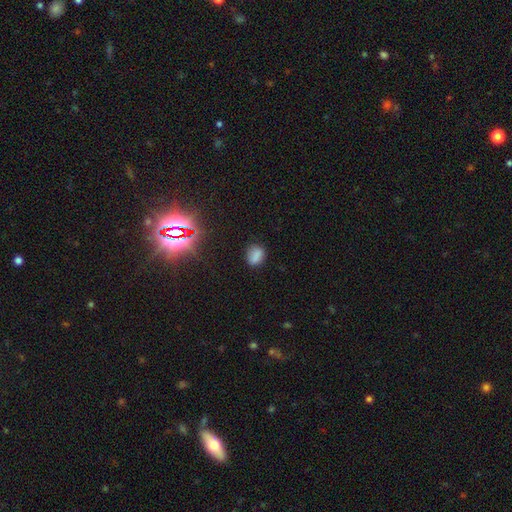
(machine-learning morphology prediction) Q: Smooth or featured?
A: smooth (79%); runner-up: star or artifact (16%)
Q: How rounded?
A: in between (61%); runner-up: round (37%)
Q: Merging?
A: none (80%); runner-up: minor disturbance (15%)